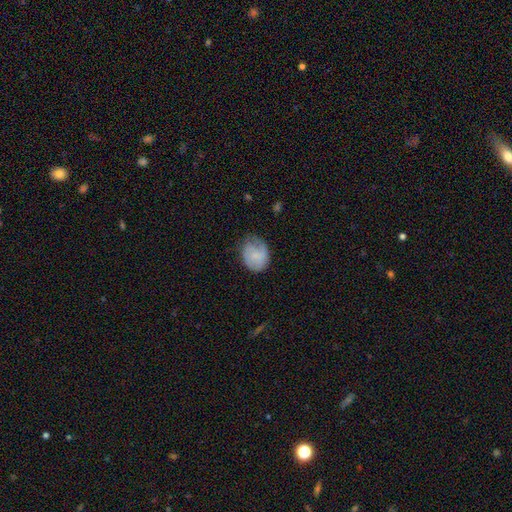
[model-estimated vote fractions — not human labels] smooth_or_featured: smooth (p=0.63) [alt: featured or disk p=0.29]
how_rounded: in between (p=0.52) [alt: round p=0.47]
merging: none (p=0.49) [alt: minor disturbance p=0.35]